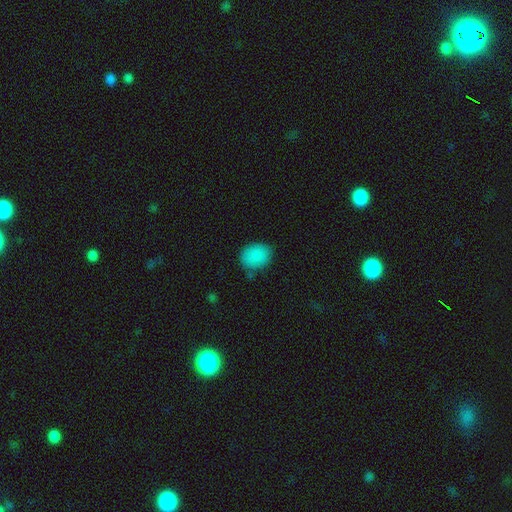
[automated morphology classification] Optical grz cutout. It shows a smooth galaxy with no disk features (87%) that is in between round and cigar-shaped (55%). Merging: none (74%).